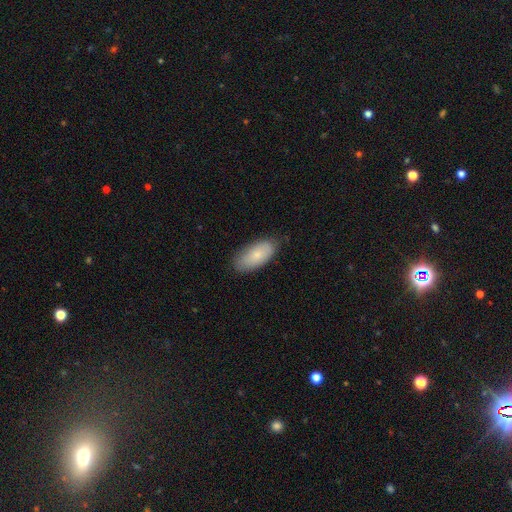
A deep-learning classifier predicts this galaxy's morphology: Overall: smooth (79%). How rounded: in between (92%). Merging: none (79%).